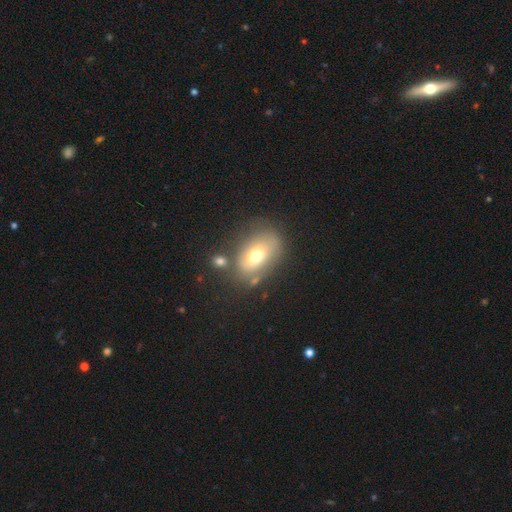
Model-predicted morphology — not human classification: This appears to be a smooth galaxy with no disk features (60%) that is in between round and cigar-shaped (84%). Merging: none (61%).